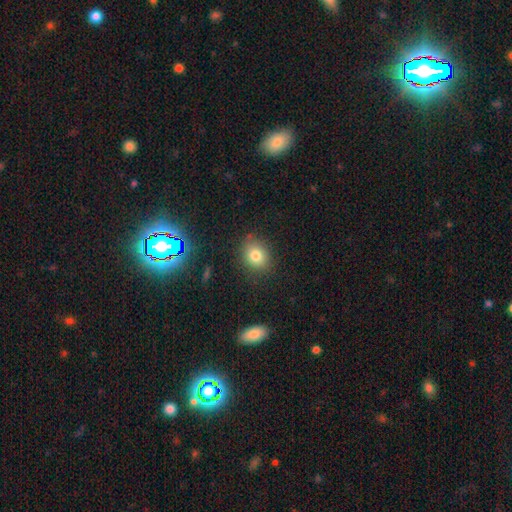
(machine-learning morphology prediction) smooth 79%, star or artifact 12%, featured or disk 9%. Down the decision tree: how rounded — round (53%); merging — none (82%).